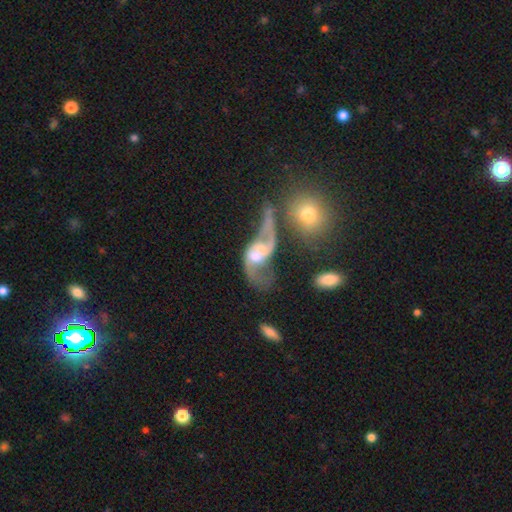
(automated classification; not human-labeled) Q: Smooth or featured?
A: featured or disk (80%); runner-up: smooth (11%)
Q: Edge-on disk?
A: no (94%); runner-up: yes (6%)
Q: Bar?
A: no (50%); runner-up: weak (39%)
Q: Spiral arms?
A: yes (90%); runner-up: no (10%)
Q: Spiral winding?
A: loose (71%); runner-up: medium (23%)
Q: Spiral arm count?
A: 2 (87%); runner-up: 1 (5%)
Q: Bulge size?
A: moderate (45%); runner-up: small (35%)
Q: Merging?
A: none (34%); runner-up: merger (25%)